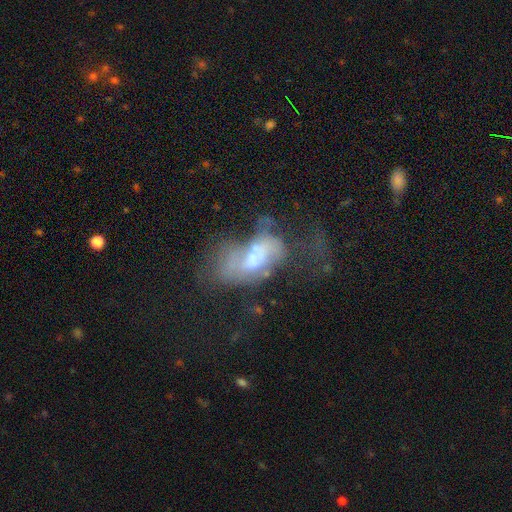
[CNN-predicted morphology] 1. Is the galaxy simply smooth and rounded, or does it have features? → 52% featured or disk, 35% smooth, 13% star or artifact.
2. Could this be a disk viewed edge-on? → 94% no, 6% yes.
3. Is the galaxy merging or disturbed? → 41% major disturbance, 29% merger, 17% none, 14% minor disturbance.